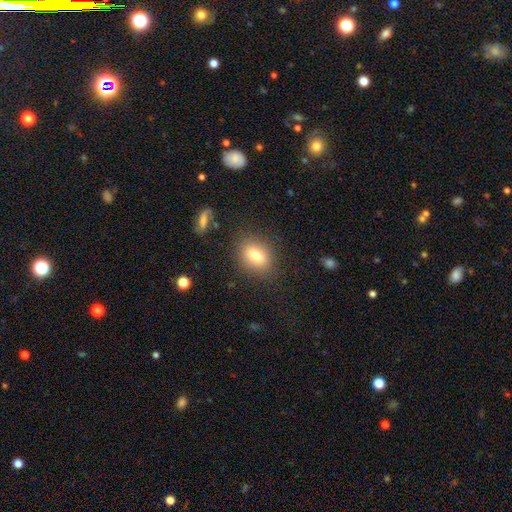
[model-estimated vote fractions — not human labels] Smooth or featured? Predicted: smooth (p=0.77). How rounded? Predicted: in between (p=0.64). Merging? Predicted: none (p=0.84).